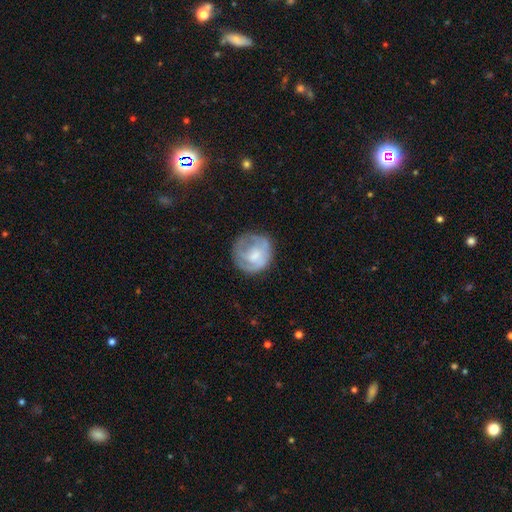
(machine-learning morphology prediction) A smooth galaxy with no disk features (47%). Merging: none (64%).